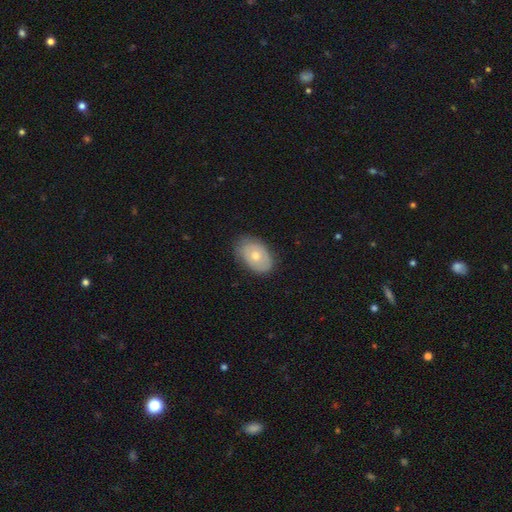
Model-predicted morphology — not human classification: smooth-or-featured: smooth: 59% | featured or disk: 35% | star or artifact: 6%
  how-rounded: in between: 86% | round: 13% | cigar-shaped: 1%
  merging: none: 77% | minor disturbance: 18% | major disturbance: 4% | merger: 1%